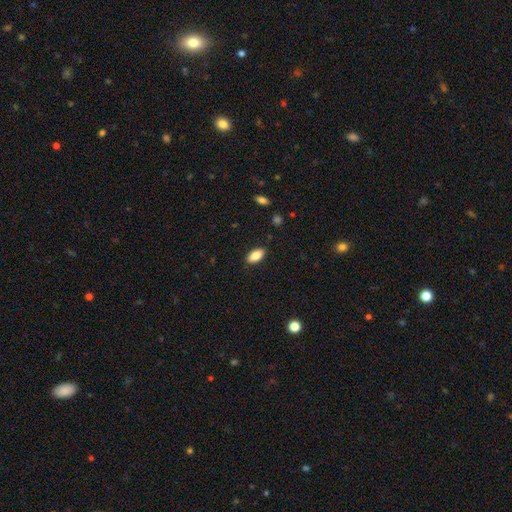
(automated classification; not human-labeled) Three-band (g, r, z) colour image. It shows a smooth galaxy with no disk features (84%) that is in between round and cigar-shaped (90%). Merging: none (88%).